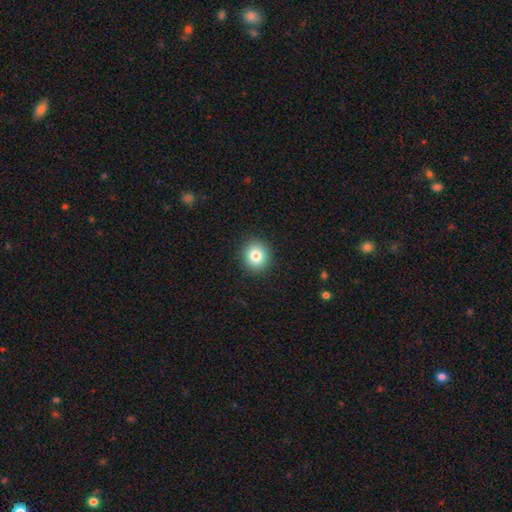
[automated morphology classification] This appears to be a smooth galaxy with no disk features (82%) that is round (86%). Merging: none (91%).